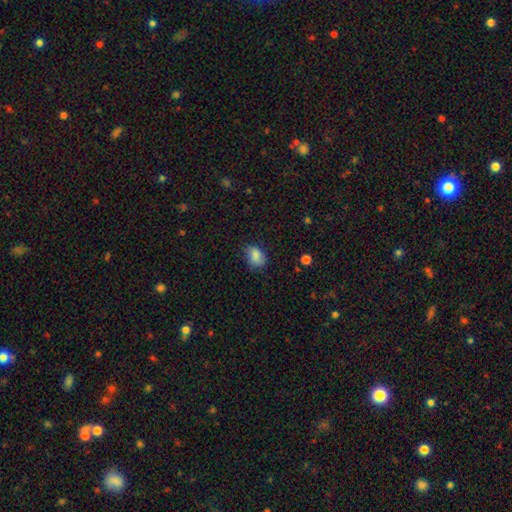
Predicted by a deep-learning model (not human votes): Q: Smooth or featured?
A: smooth (85%); runner-up: star or artifact (9%)
Q: How rounded?
A: in between (75%); runner-up: round (24%)
Q: Merging?
A: none (66%); runner-up: minor disturbance (27%)